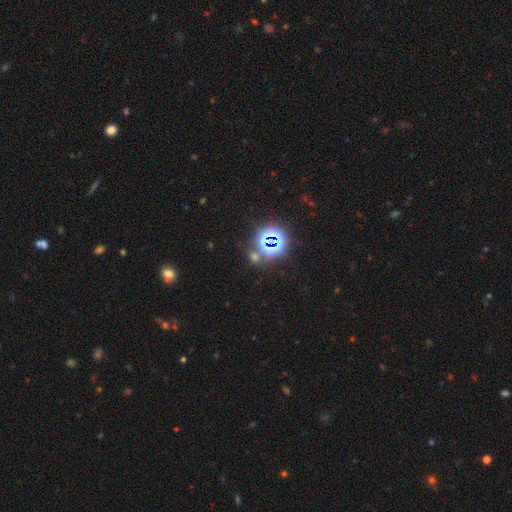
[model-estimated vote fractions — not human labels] The model was most divided on "smooth or featured": star or artifact: 74%, smooth: 17%, featured or disk: 8%.